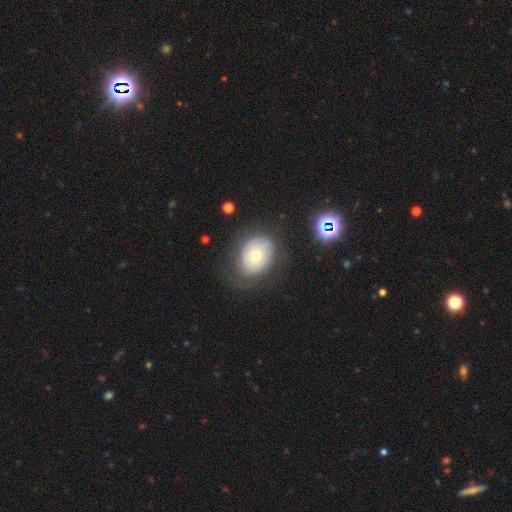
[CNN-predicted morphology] A smooth galaxy with no disk features (56%) that is in between round and cigar-shaped (53%). Merging: none (64%).